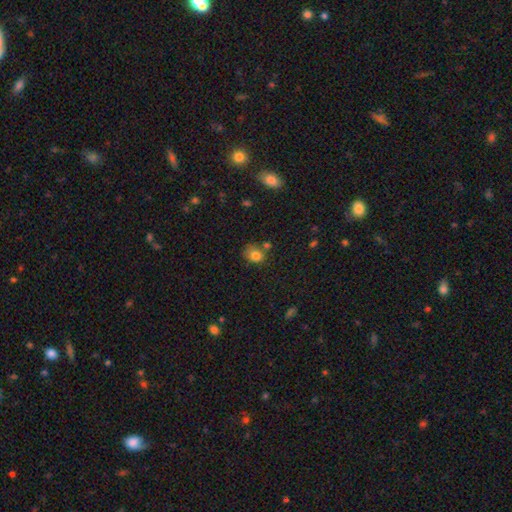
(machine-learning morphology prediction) Overall: smooth (79%). How rounded: round (56%; in between 43%). Merging: none (46%; minor disturbance 23%).